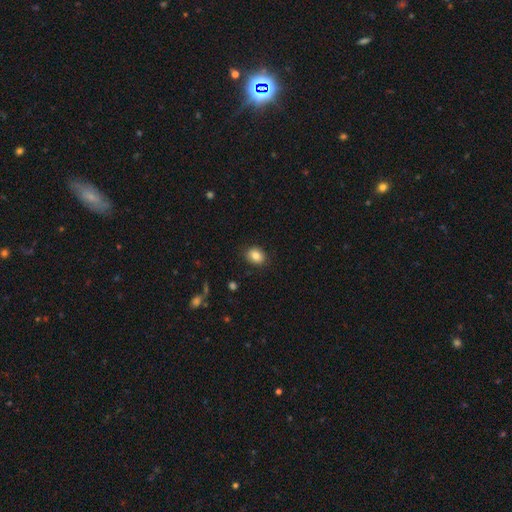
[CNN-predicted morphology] Smooth or featured? smooth (85%)
How rounded? in between (55%)
Merging? none (87%)